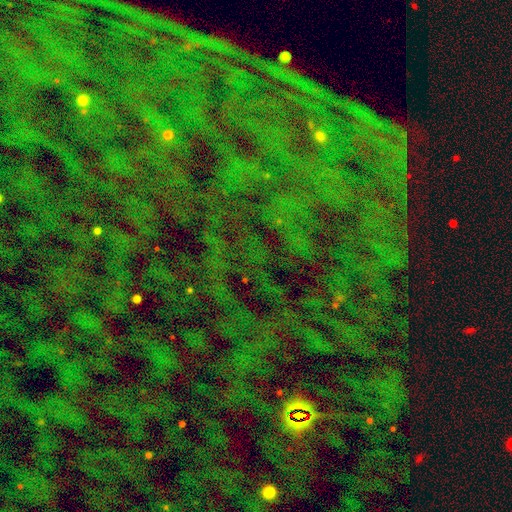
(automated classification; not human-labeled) Smooth or featured? star or artifact (79%)